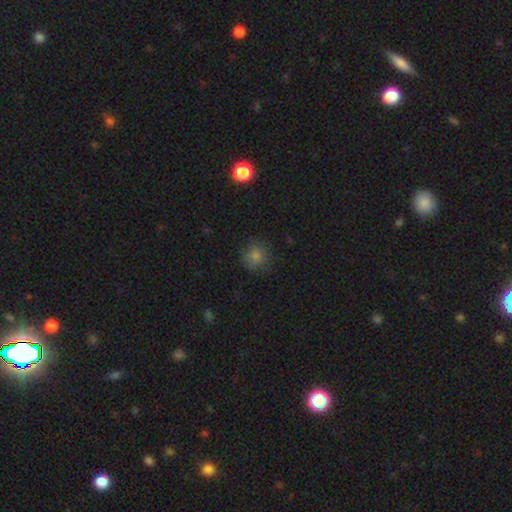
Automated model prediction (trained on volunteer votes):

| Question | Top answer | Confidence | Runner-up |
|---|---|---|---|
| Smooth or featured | smooth | 78% | star or artifact (16%) |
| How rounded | round | 91% | in between (8%) |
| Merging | none | 84% | minor disturbance (11%) |